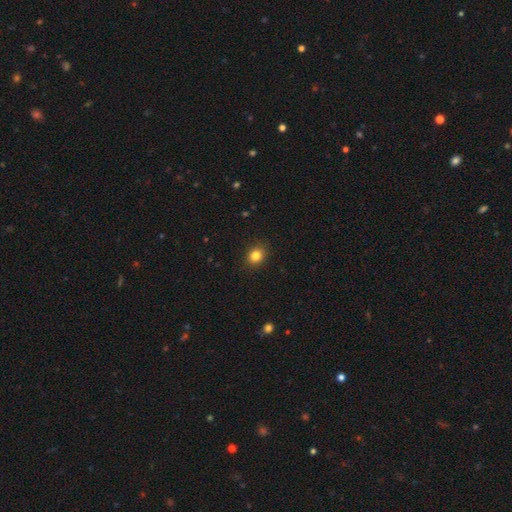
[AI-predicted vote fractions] Smooth or featured? smooth (83%)
How rounded? round (65%)
Merging? none (89%)